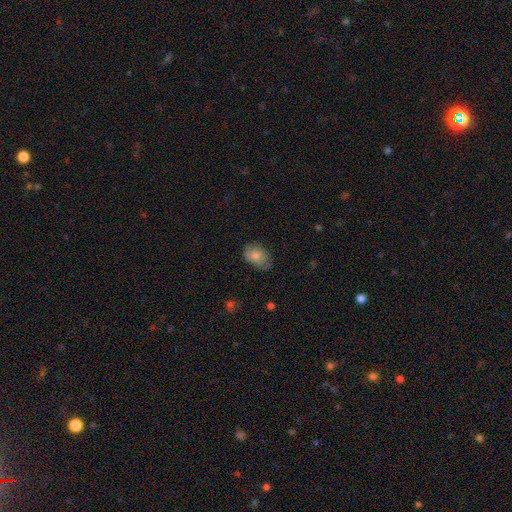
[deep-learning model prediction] smooth_or_featured: smooth (p=0.81) [alt: featured or disk p=0.11]
how_rounded: in between (p=0.85) [alt: round p=0.14]
merging: none (p=0.61) [alt: minor disturbance p=0.30]